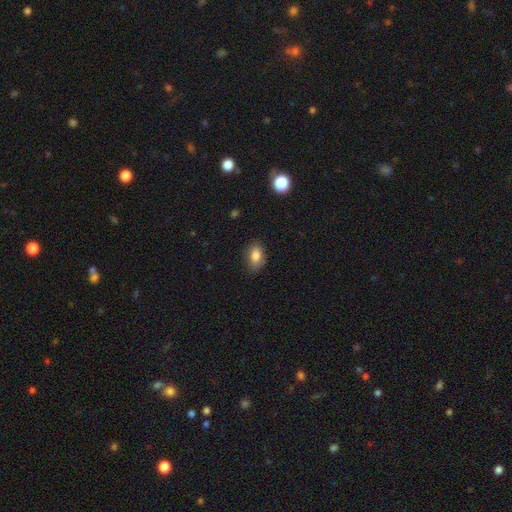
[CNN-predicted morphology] A smooth galaxy with no disk features (81%) that is in between round and cigar-shaped (86%). Merging: none (81%).